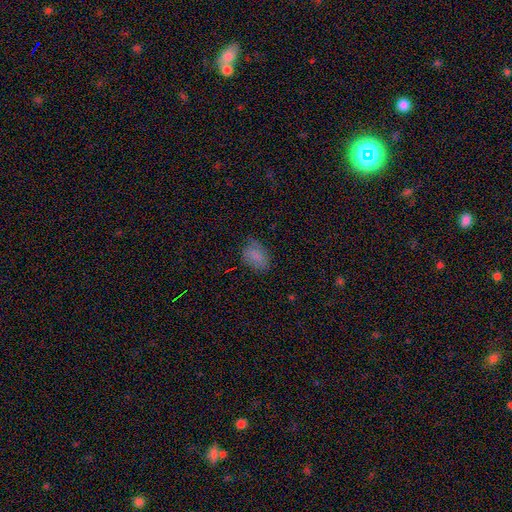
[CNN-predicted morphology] A smooth galaxy with no disk features (78%) that is in between round and cigar-shaped (82%).

Vote fractions:
- Smooth or featured? smooth: 78% / star or artifact: 13% / featured or disk: 9%
- How rounded? in between: 82% / round: 17% / cigar-shaped: 2%
- Merging? none: 69% / minor disturbance: 23% / major disturbance: 6% / merger: 1%